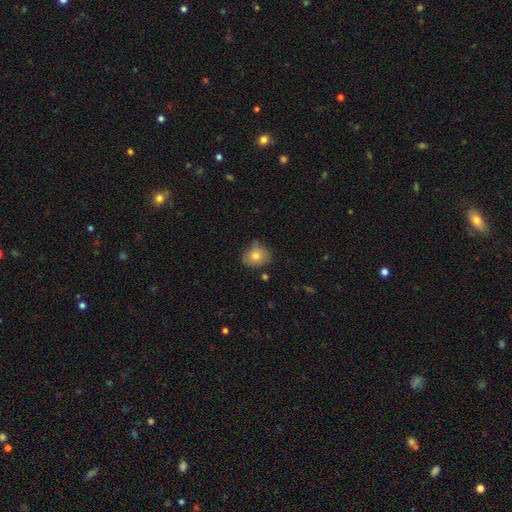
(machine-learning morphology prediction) Smooth or featured: smooth — 77% (featured or disk — 14%)
How rounded: round — 65% (in between — 34%)
Merging: none — 66% (minor disturbance — 25%)